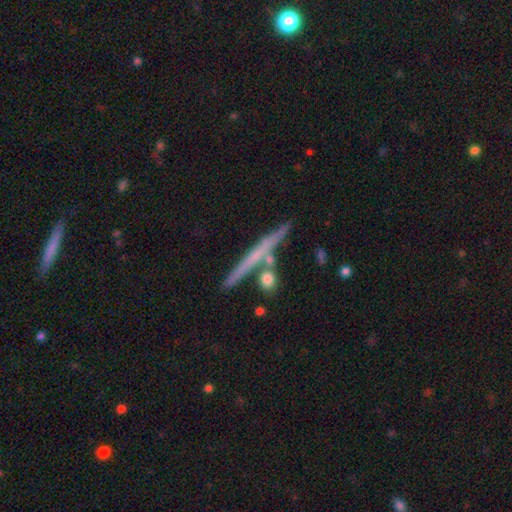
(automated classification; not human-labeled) featured or disk 56%, smooth 37%, star or artifact 7%. Down the decision tree: edge-on disk — yes (96%); edge-on bulge — none (79%); merging — none (79%).